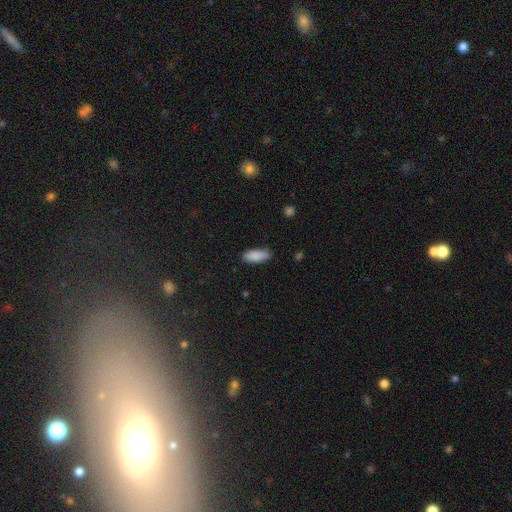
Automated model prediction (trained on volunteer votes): Overall: smooth (89%). How rounded: in between (76%). Merging: none (83%).